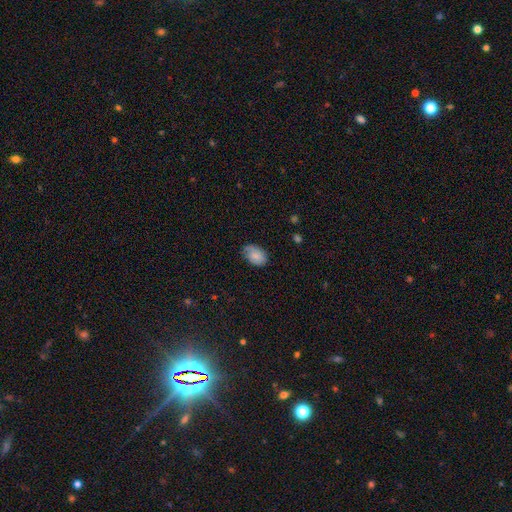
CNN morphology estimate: type=smooth (73%); roundness=in between (84%); merging=none (62%).